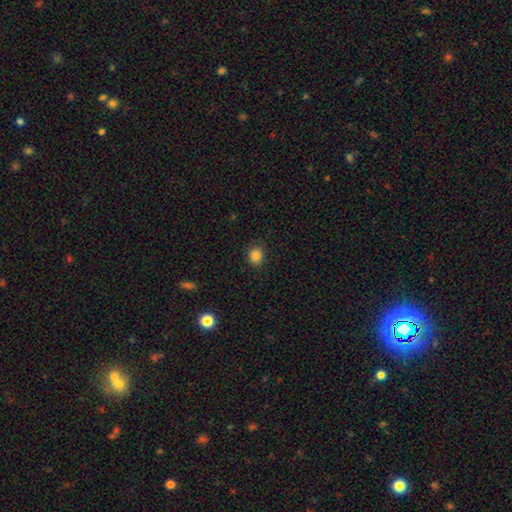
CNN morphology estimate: type=smooth (85%); roundness=round (68%); merging=none (88%).